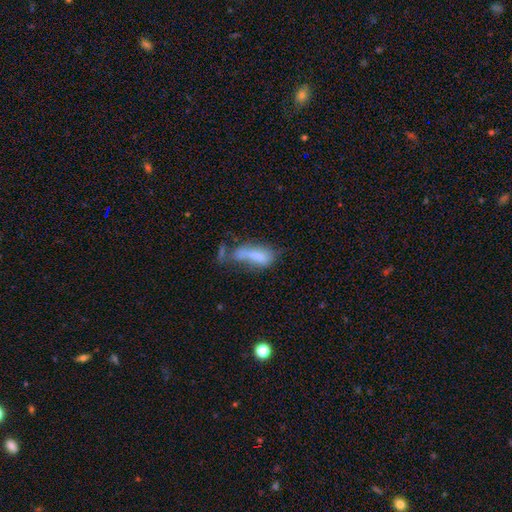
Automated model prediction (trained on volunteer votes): A smooth galaxy with no disk features (60%) that is in between round and cigar-shaped (69%). Merging: major disturbance (32%).